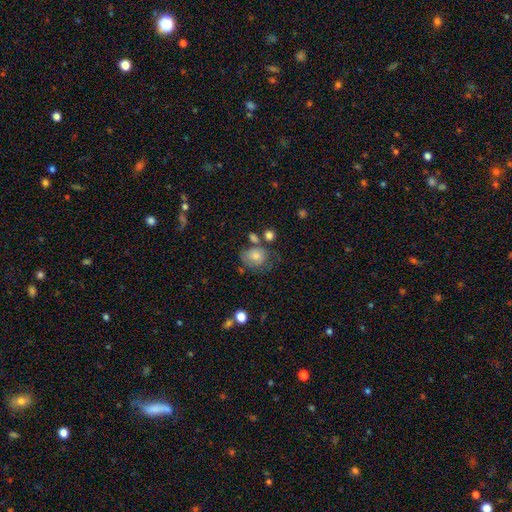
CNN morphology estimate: Smooth or featured? Predicted: smooth (p=0.73). How rounded? Predicted: round (p=0.55). Merging? Predicted: none (p=0.44).